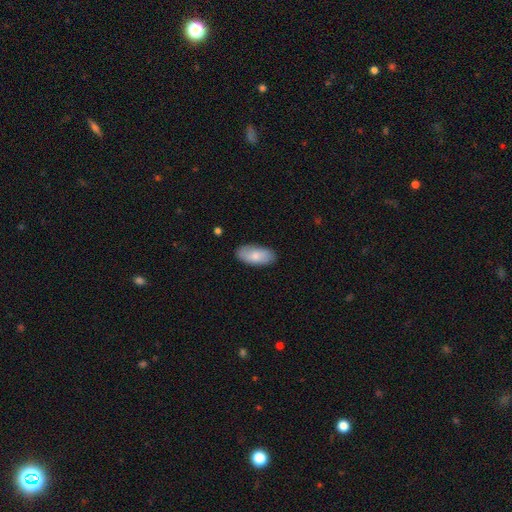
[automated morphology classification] smooth 78%, featured or disk 16%, star or artifact 6%. Down the decision tree: how rounded — in between (92%); merging — none (84%).